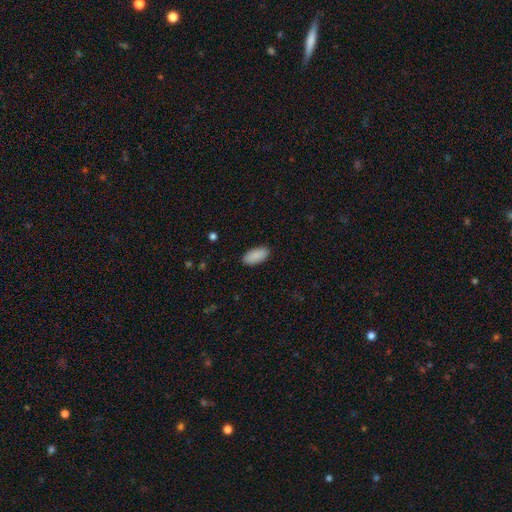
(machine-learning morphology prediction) smooth 90%, star or artifact 6%, featured or disk 4%. Down the decision tree: how rounded — in between (93%); merging — none (89%).